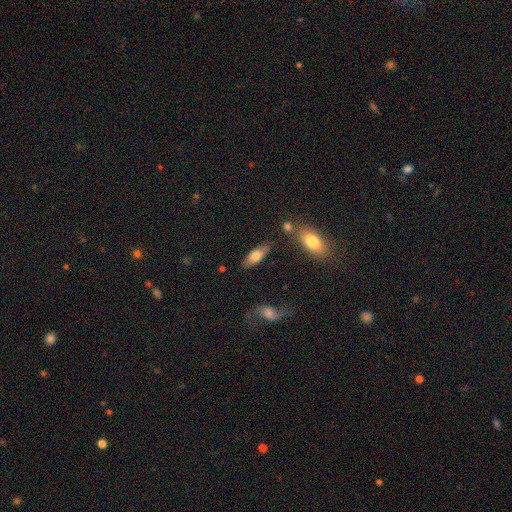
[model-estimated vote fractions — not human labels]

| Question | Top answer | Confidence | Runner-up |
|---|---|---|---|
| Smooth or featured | smooth | 72% | featured or disk (22%) |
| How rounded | in between | 75% | cigar-shaped (22%) |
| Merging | none | 79% | minor disturbance (14%) |